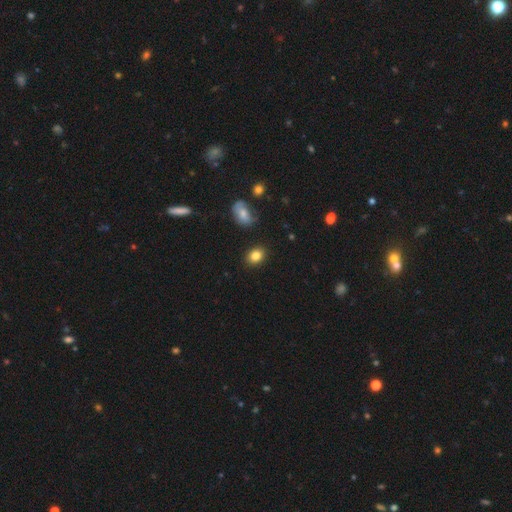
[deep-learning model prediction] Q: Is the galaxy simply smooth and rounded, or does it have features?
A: smooth — 85%.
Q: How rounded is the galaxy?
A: in between — 60%.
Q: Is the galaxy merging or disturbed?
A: none — 87%.